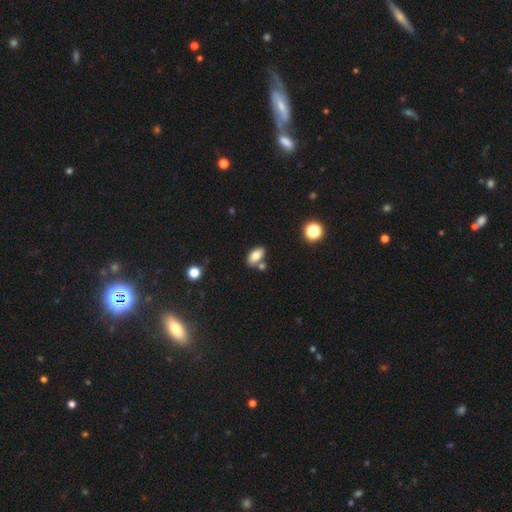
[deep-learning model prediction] Q: Smooth or featured?
A: smooth (79%); runner-up: featured or disk (12%)
Q: How rounded?
A: in between (91%); runner-up: round (5%)
Q: Merging?
A: none (67%); runner-up: merger (18%)